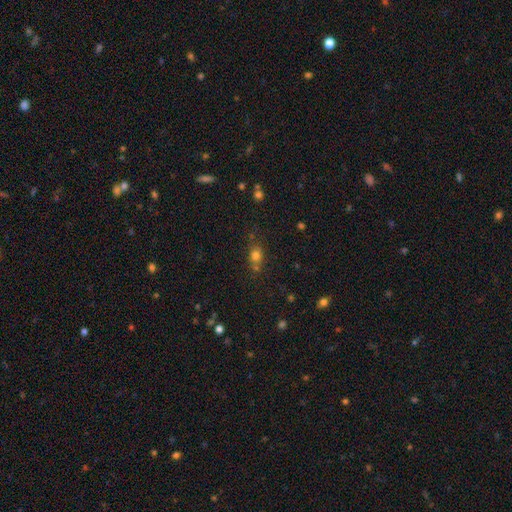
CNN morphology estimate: Overall: smooth (75%). How rounded: round (59%; in between 40%). Merging: none (64%).